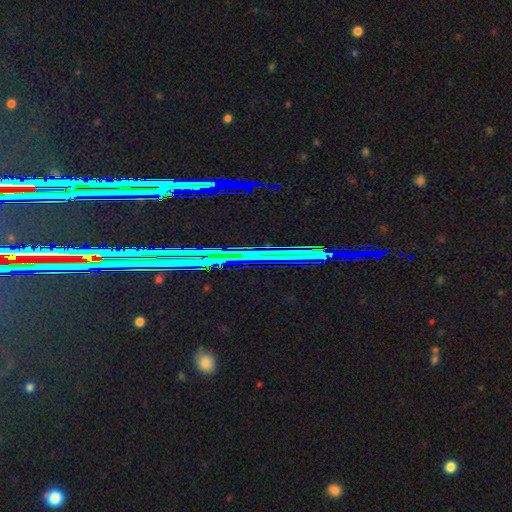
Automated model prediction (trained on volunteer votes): Q: Smooth or featured?
A: star or artifact (78%); runner-up: featured or disk (13%)